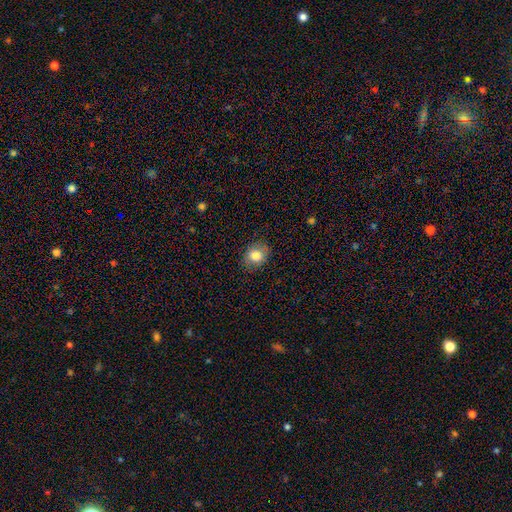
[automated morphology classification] Q: Smooth or featured?
A: smooth (82%); runner-up: featured or disk (9%)
Q: How rounded?
A: in between (51%); runner-up: round (48%)
Q: Merging?
A: none (82%); runner-up: minor disturbance (14%)